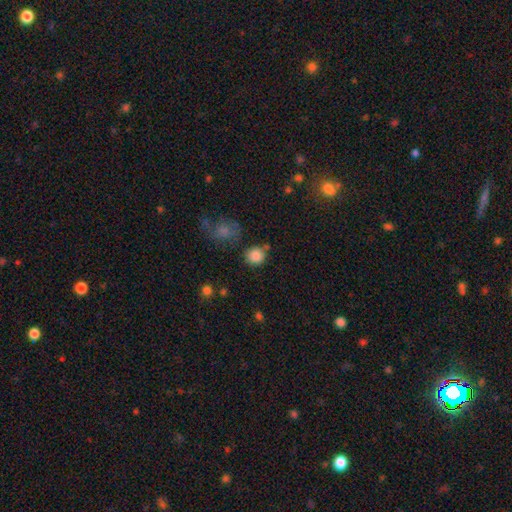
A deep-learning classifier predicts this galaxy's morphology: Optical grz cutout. It shows a smooth galaxy with no disk features (86%) that is round (87%). Merging: none (74%).